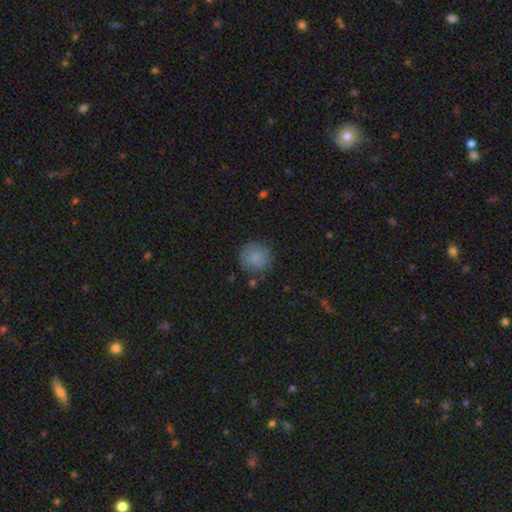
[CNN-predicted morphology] The model was most divided on "merging": none: 79%, minor disturbance: 14%, major disturbance: 4%, merger: 3%. More confident: how rounded — round (91%); smooth or featured — smooth (82%).